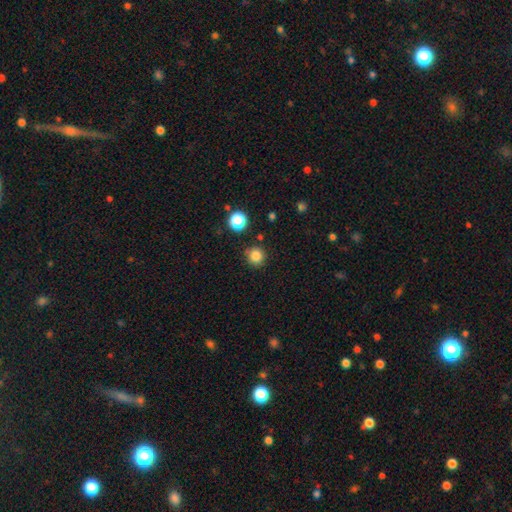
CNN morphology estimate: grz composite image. It shows a smooth galaxy with no disk features (84%) that is round (94%). Merging: none (87%).